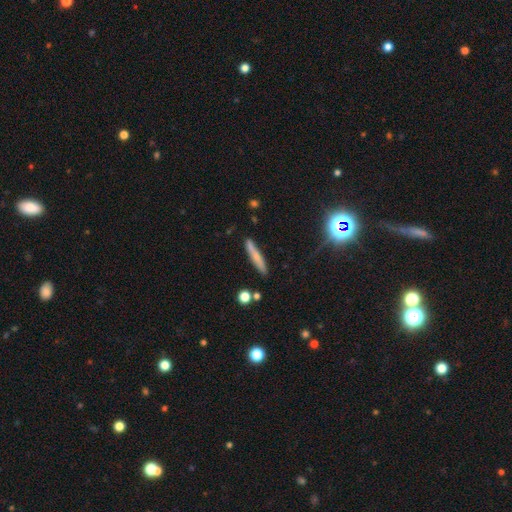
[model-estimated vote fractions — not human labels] This appears to be a smooth galaxy with no disk features (63%) that is cigar-shaped (92%). Merging: none (84%).